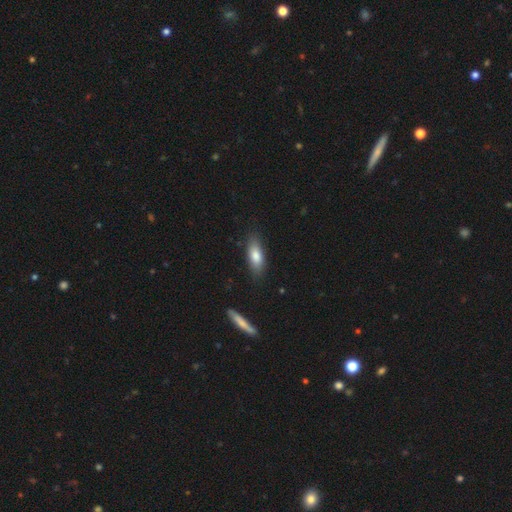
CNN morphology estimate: Q: Smooth or featured?
A: smooth (79%); runner-up: featured or disk (14%)
Q: How rounded?
A: in between (71%); runner-up: cigar-shaped (27%)
Q: Merging?
A: none (81%); runner-up: minor disturbance (14%)